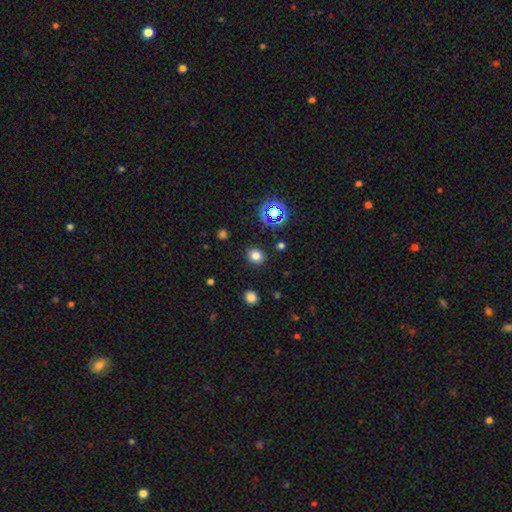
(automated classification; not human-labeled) A smooth galaxy with no disk features (77%) that is round (72%).

Vote fractions:
- Smooth or featured? smooth: 77% / star or artifact: 18% / featured or disk: 6%
- How rounded? round: 72% / in between: 27% / cigar-shaped: 1%
- Merging? none: 88% / minor disturbance: 7% / major disturbance: 3% / merger: 2%